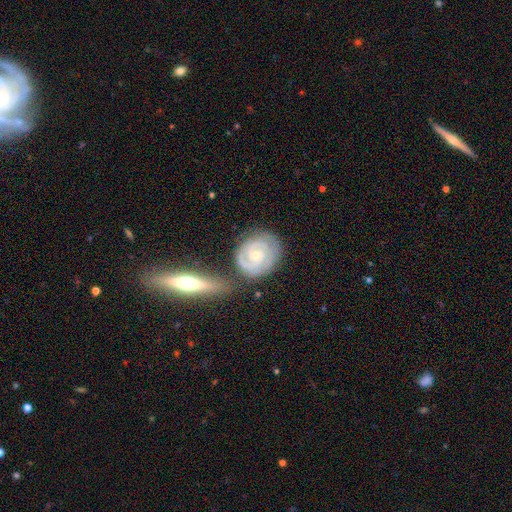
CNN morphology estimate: Smooth or featured: featured or disk — 86% (smooth — 9%)
Edge-on disk: no — 96% (yes — 4%)
Bar: no — 67% (weak — 25%)
Spiral arms: yes — 97% (no — 3%)
Spiral winding: tight — 78% (medium — 19%)
Spiral arm count: 2 — 62% (3 — 15%)
Bulge size: small — 62% (moderate — 34%)
Merging: none — 65% (minor disturbance — 17%)